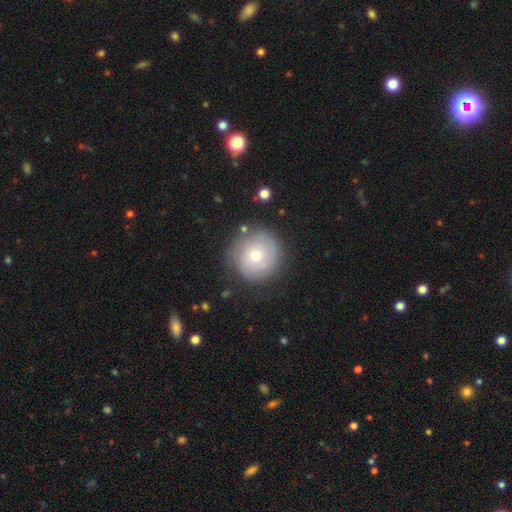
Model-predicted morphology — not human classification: Q: Smooth or featured?
A: smooth (48%); runner-up: featured or disk (44%)
Q: Merging?
A: none (79%); runner-up: minor disturbance (14%)